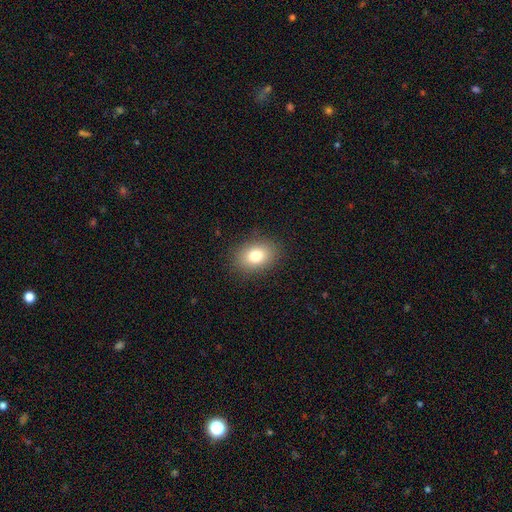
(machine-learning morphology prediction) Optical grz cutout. It shows a smooth galaxy with no disk features (80%) that is in between round and cigar-shaped (71%). Merging: none (87%).